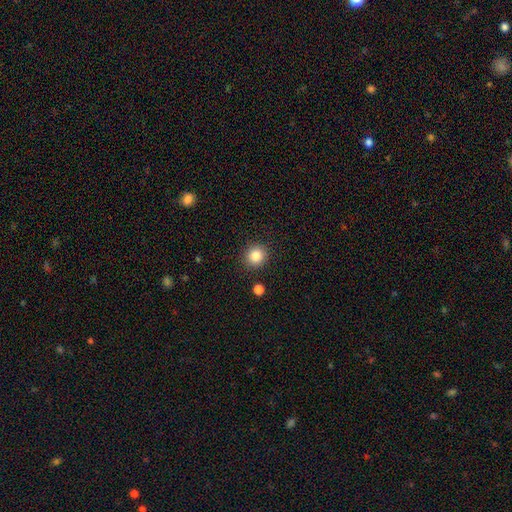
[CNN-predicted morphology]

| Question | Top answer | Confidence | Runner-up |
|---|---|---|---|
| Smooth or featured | smooth | 85% | star or artifact (10%) |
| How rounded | round | 86% | in between (13%) |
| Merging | none | 89% | minor disturbance (7%) |